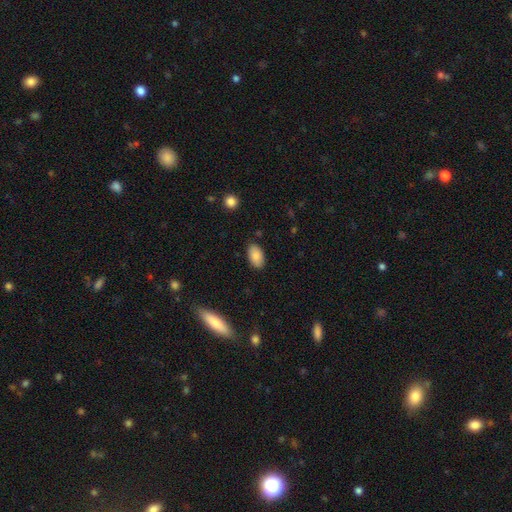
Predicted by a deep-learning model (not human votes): Smooth or featured? Predicted: smooth (p=0.84). How rounded? Predicted: in between (p=0.94). Merging? Predicted: none (p=0.85).